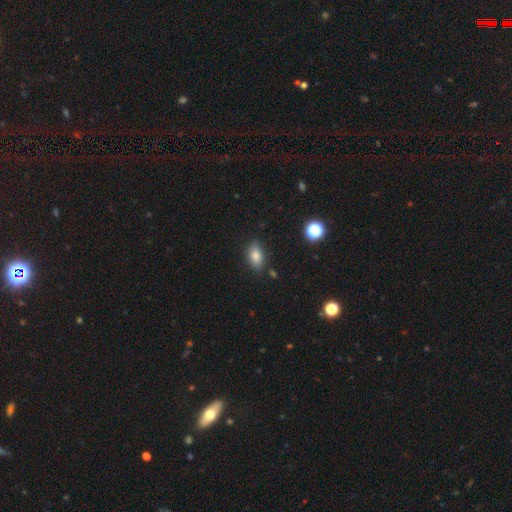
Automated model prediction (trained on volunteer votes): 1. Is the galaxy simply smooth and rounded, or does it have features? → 82% smooth, 10% star or artifact, 8% featured or disk.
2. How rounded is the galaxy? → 86% in between, 11% round, 3% cigar-shaped.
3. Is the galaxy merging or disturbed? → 82% none, 13% minor disturbance, 3% major disturbance, 2% merger.